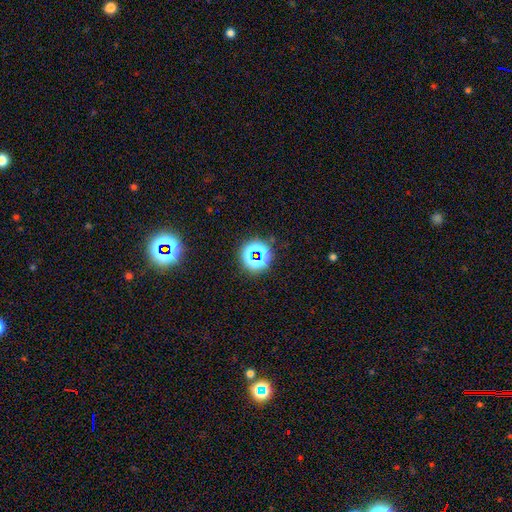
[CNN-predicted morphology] Smooth or featured?
  - star or artifact: 64% *
  - smooth: 26%
  - featured or disk: 10%